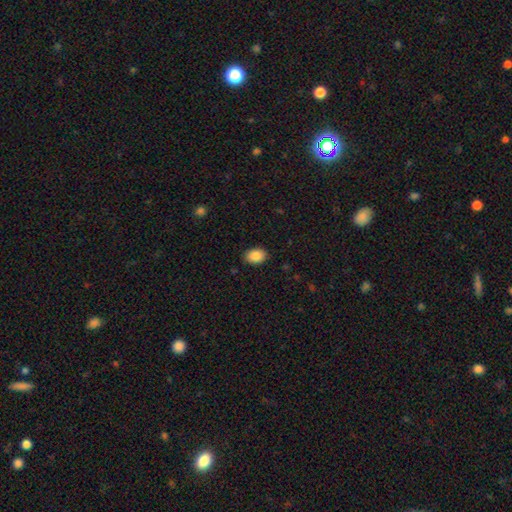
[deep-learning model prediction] This is clearly a smooth galaxy (88%). How rounded: clearly in between (82%). Merging: clearly none (88%).